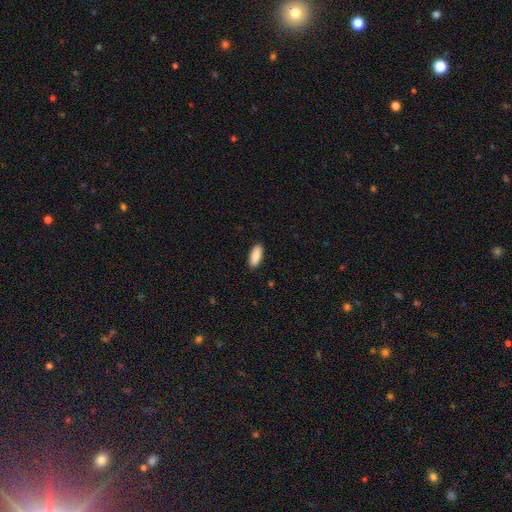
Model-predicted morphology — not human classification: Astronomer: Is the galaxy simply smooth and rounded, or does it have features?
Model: smooth — 89%.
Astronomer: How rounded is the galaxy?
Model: in between — 81%.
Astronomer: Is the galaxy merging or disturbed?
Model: none — 90%.